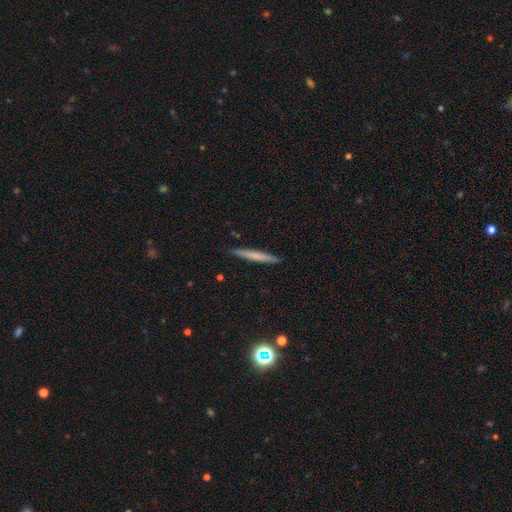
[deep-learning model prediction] Smooth or featured: smooth — 62% (featured or disk — 32%)
How rounded: cigar-shaped — 96% (in between — 2%)
Merging: none — 90% (minor disturbance — 7%)